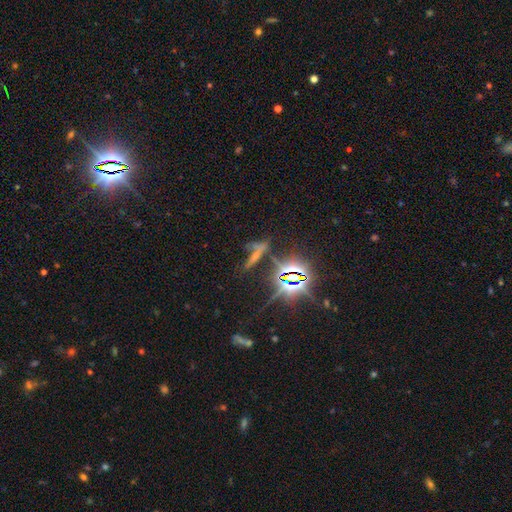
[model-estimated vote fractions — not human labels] Smooth or featured? star or artifact (58%)